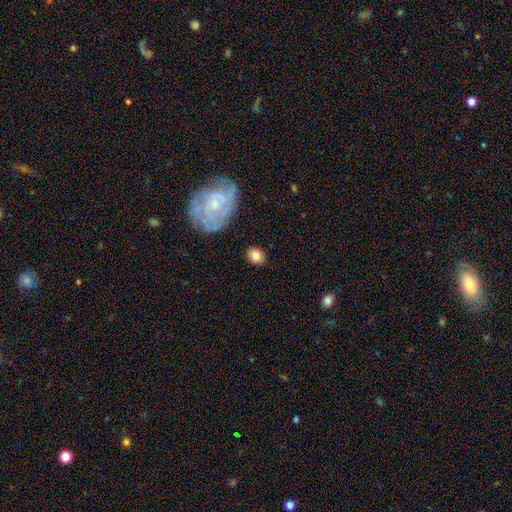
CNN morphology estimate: A smooth galaxy with no disk features (78%) that is round (62%).

Vote fractions:
- Smooth or featured? smooth: 78% / featured or disk: 13% / star or artifact: 8%
- How rounded? round: 62% / in between: 37% / cigar-shaped: 1%
- Merging? none: 86% / minor disturbance: 9% / major disturbance: 3% / merger: 2%